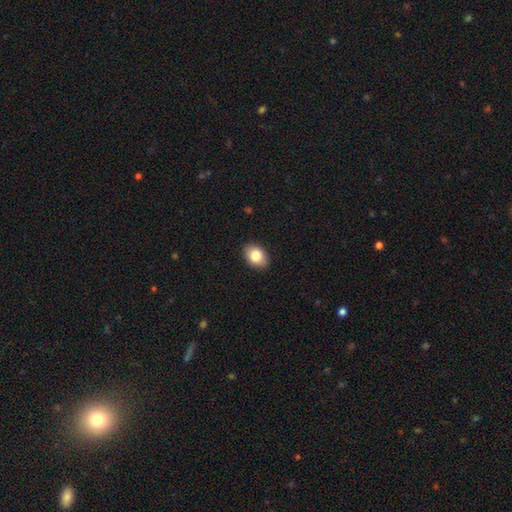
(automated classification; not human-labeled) Morphology: type=smooth (84%); roundness=in between (76%); merging=none (89%).